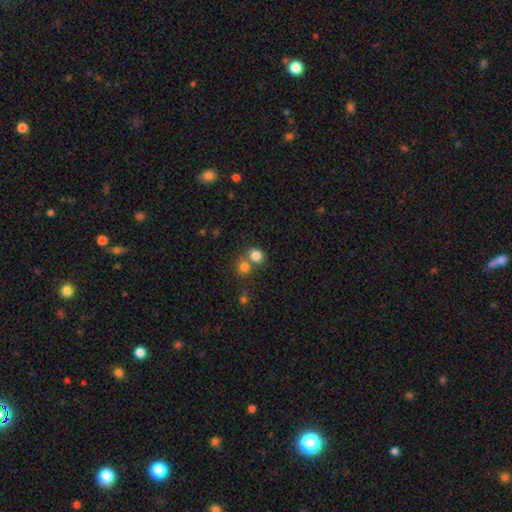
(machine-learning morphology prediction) Smooth or featured: smooth — 80% (star or artifact — 13%)
How rounded: round — 79% (in between — 20%)
Merging: none — 50% (merger — 40%)